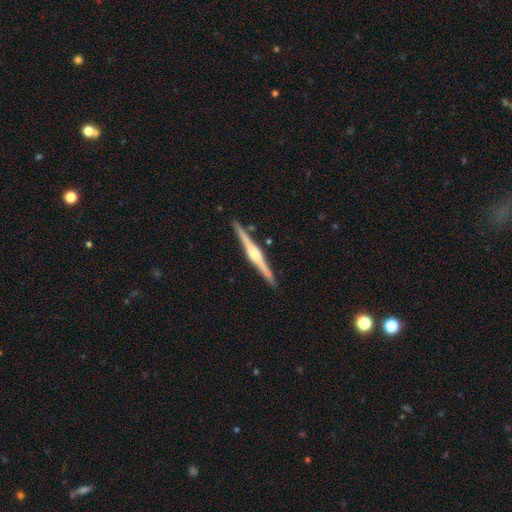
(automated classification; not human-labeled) Morphology: type=featured or disk (83%); edge-on=yes (99%); edge-on bulge=rounded (80%); merging=none (90%).